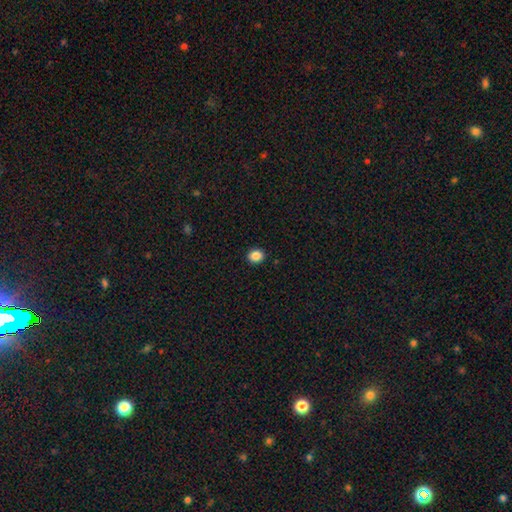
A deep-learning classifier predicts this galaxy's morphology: Smooth or featured? Predicted: smooth (p=0.86). How rounded? Predicted: round (p=0.74). Merging? Predicted: none (p=0.92).